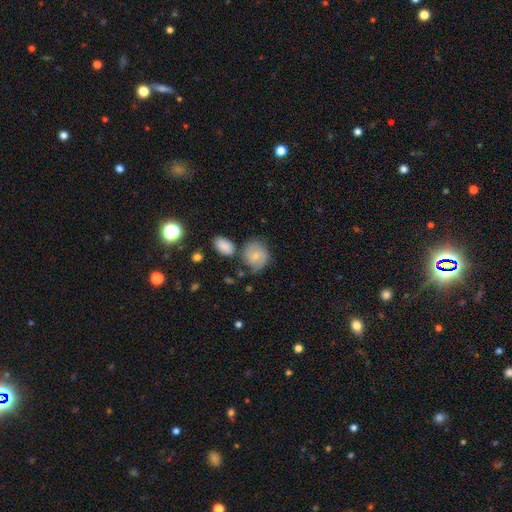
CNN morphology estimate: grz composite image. It shows a smooth galaxy with no disk features (62%) that is round (60%). Merging: none (56%).